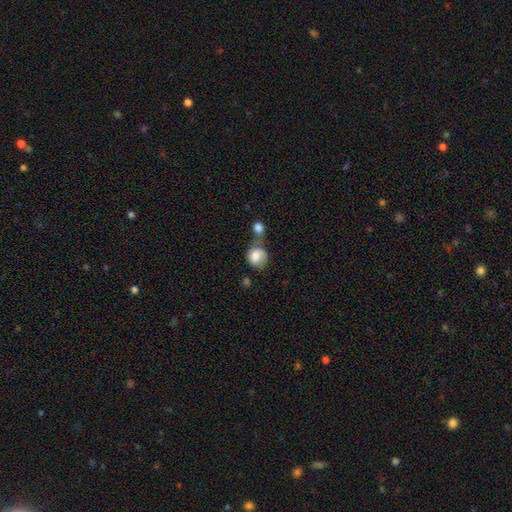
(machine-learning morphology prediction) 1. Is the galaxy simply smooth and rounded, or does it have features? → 78% smooth, 15% featured or disk, 7% star or artifact.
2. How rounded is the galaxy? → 76% round, 23% in between, 1% cigar-shaped.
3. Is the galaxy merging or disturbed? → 39% merger, 33% none, 18% minor disturbance, 10% major disturbance.